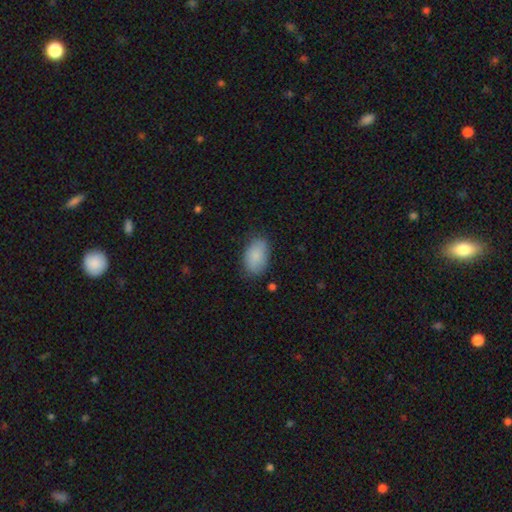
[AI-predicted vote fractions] The model was most divided on "merging": none: 77%, minor disturbance: 18%, major disturbance: 4%, merger: 1%. More confident: how rounded — in between (91%); smooth or featured — smooth (86%).